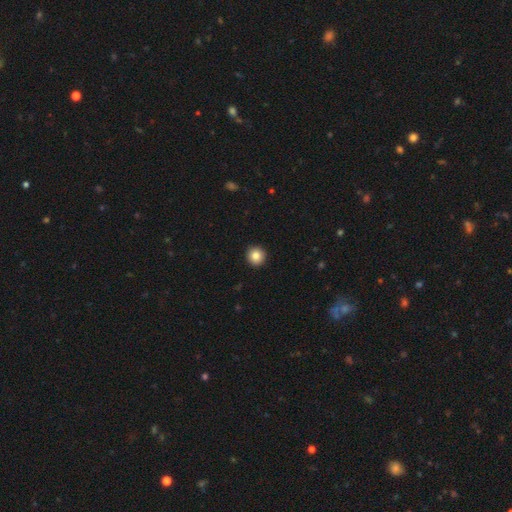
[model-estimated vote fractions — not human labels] Smooth or featured: smooth — 85% (star or artifact — 9%)
How rounded: round — 94% (in between — 5%)
Merging: none — 93% (minor disturbance — 5%)